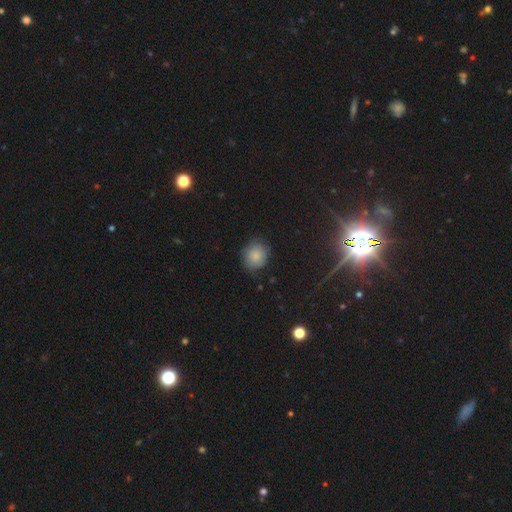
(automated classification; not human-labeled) Smooth or featured? Predicted: smooth (p=0.80). How rounded? Predicted: round (p=0.73). Merging? Predicted: none (p=0.74).